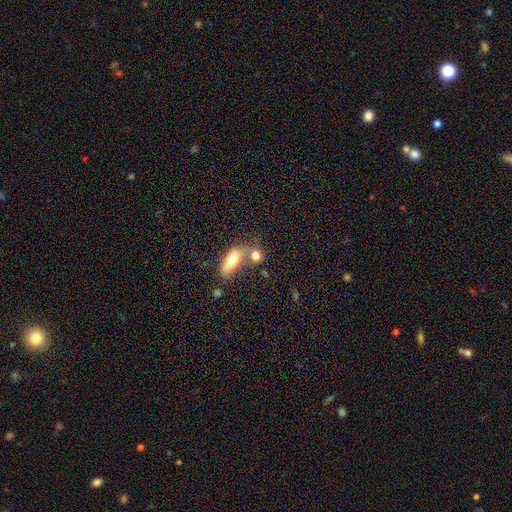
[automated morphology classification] type=smooth (73%); roundness=in between (52%); merging=merger (50%).